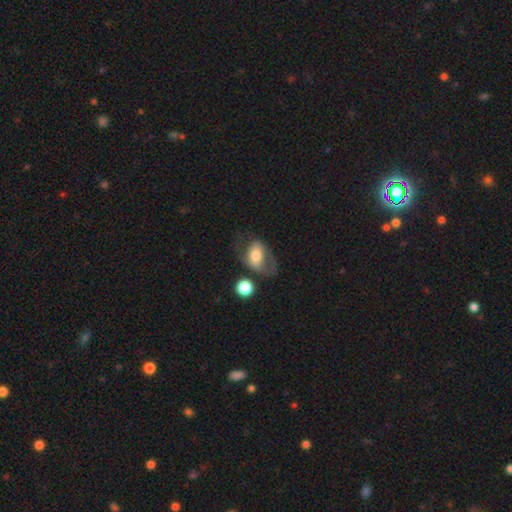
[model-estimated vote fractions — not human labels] This appears to be a smooth galaxy with no disk features (51%) that is in between round and cigar-shaped (80%). Merging: none (38%).